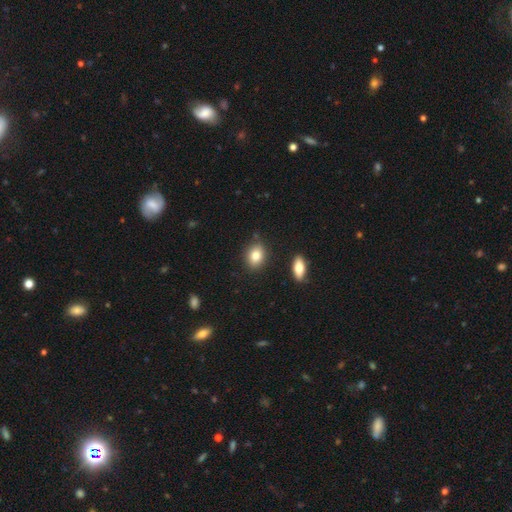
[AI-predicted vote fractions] Overall: smooth (83%). How rounded: in between (66%; round 32%). Merging: none (82%).